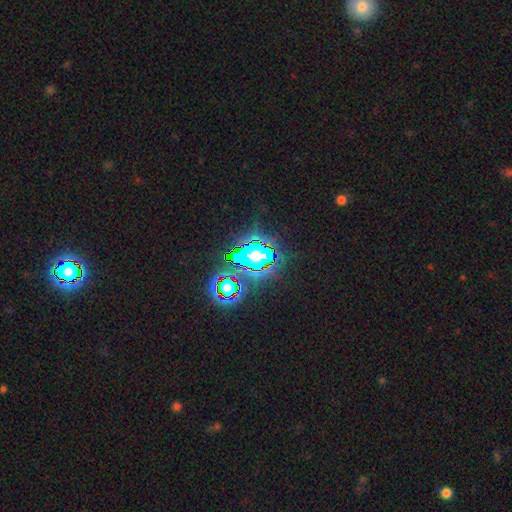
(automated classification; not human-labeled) The model was most divided on "smooth or featured": star or artifact: 61%, smooth: 21%, featured or disk: 18%.